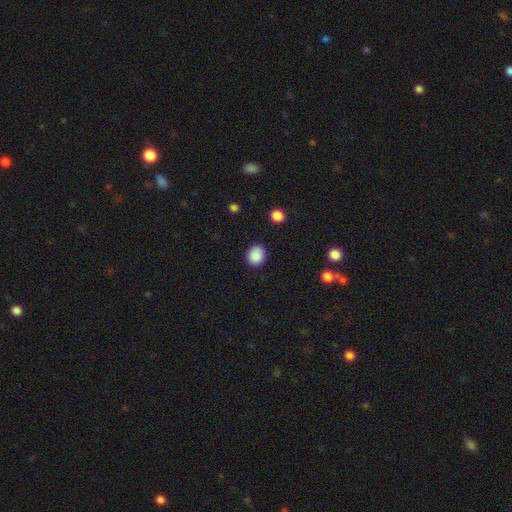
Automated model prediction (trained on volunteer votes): smooth 88%, star or artifact 9%, featured or disk 3%. Down the decision tree: how rounded — round (75%); merging — none (89%).